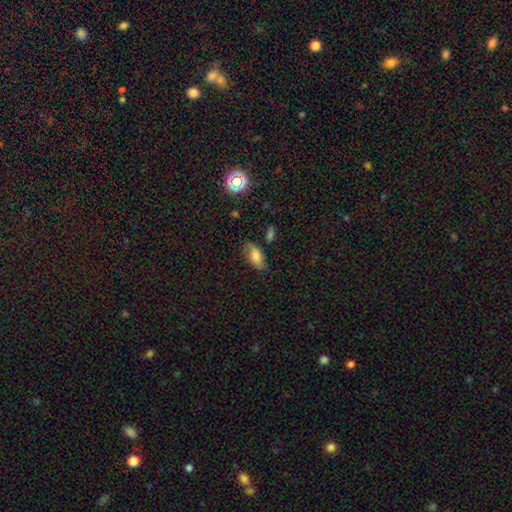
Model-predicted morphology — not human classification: Smooth or featured? Predicted: smooth (p=0.69). How rounded? Predicted: in between (p=0.89). Merging? Predicted: none (p=0.67).